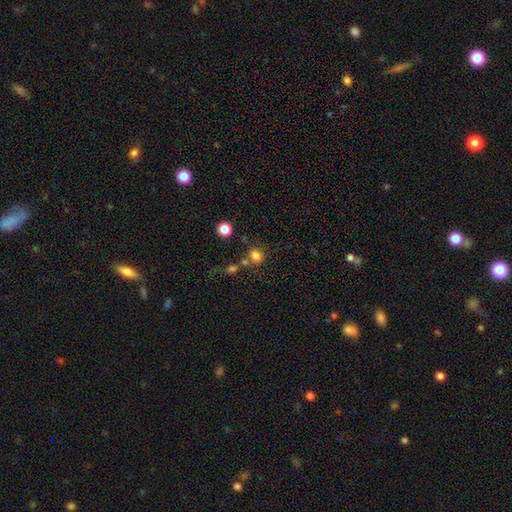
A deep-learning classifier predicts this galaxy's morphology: smooth_or_featured: smooth (p=0.79) [alt: star or artifact p=0.14]
how_rounded: round (p=0.71) [alt: in between p=0.28]
merging: none (p=0.64) [alt: merger p=0.18]